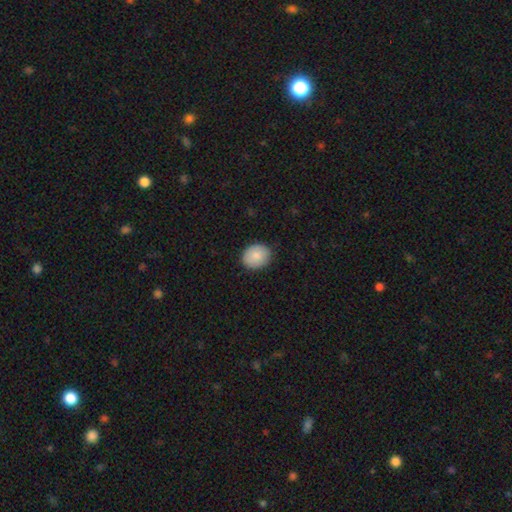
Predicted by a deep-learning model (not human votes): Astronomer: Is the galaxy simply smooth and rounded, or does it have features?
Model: smooth — 85%.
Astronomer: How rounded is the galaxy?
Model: round — 60% (runner-up: in between, 39%).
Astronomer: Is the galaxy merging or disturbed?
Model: none — 87%.